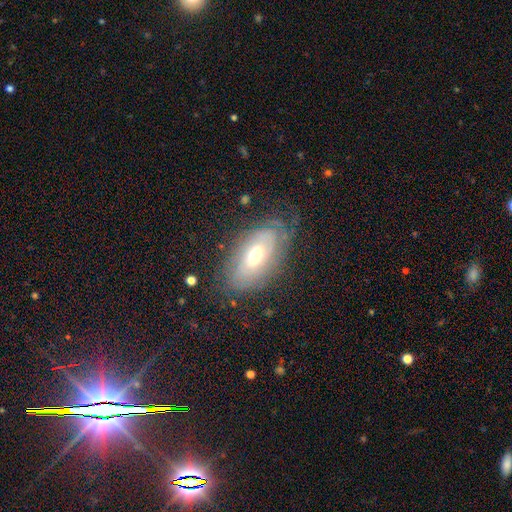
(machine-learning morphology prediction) The model was most divided on "smooth or featured": featured or disk: 60%, smooth: 32%, star or artifact: 8%. More confident: edge-on disk — no (87%); bulge size — moderate (72%); merging — none (68%); bar — no (65%); spiral arms — yes (64%).